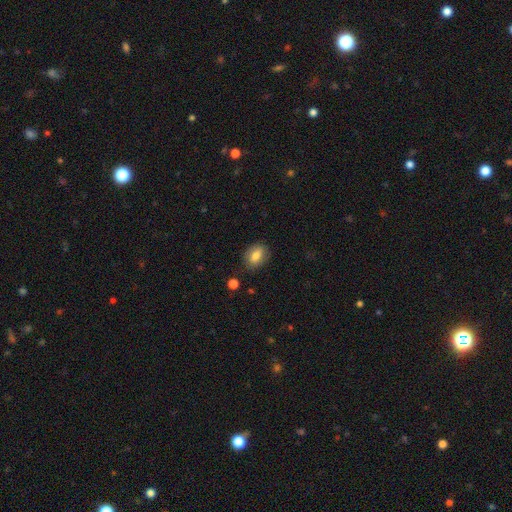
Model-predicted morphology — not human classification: Overall: smooth (79%). How rounded: in between (76%). Merging: none (82%).